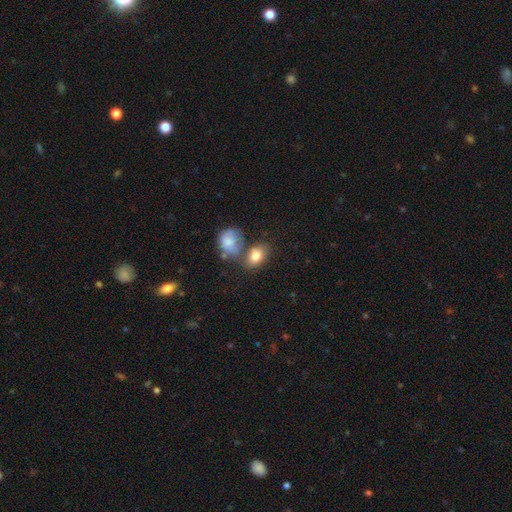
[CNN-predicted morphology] type=smooth (81%); roundness=in between (75%); merging=none (44%).